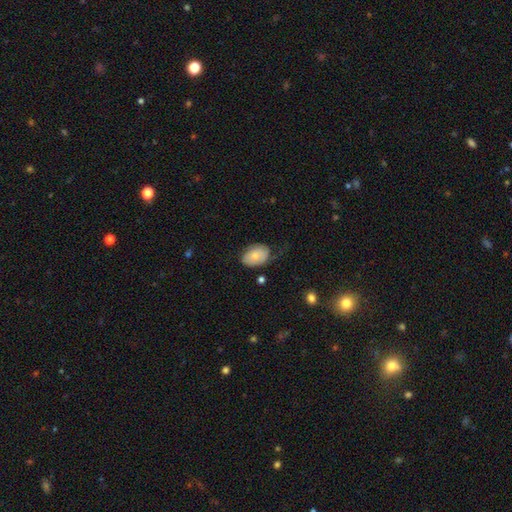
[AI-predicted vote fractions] A smooth galaxy with no disk features (72%) that is in between round and cigar-shaped (86%).

Vote fractions:
- Smooth or featured? smooth: 72% / featured or disk: 21% / star or artifact: 7%
- How rounded? in between: 86% / round: 13% / cigar-shaped: 1%
- Merging? none: 56% / minor disturbance: 31% / major disturbance: 11% / merger: 2%